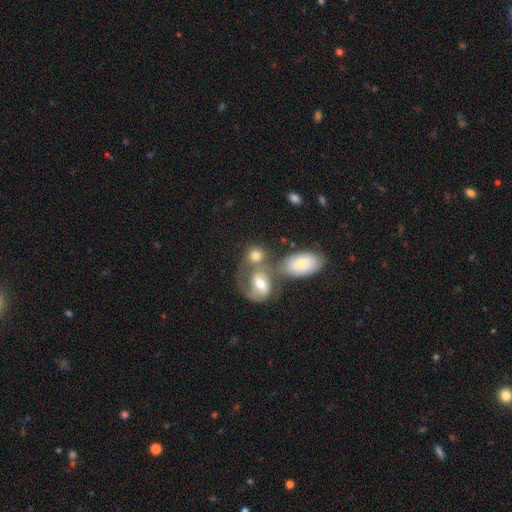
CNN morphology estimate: type=smooth (59%); roundness=round (56%); merging=merger (45%).